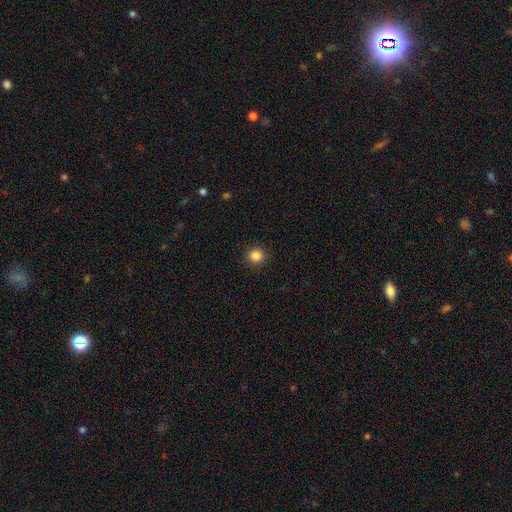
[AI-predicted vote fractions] smooth-or-featured: smooth: 85% | star or artifact: 11% | featured or disk: 4%
  how-rounded: round: 93% | in between: 6% | cigar-shaped: 1%
  merging: none: 92% | minor disturbance: 5% | major disturbance: 2% | merger: 1%